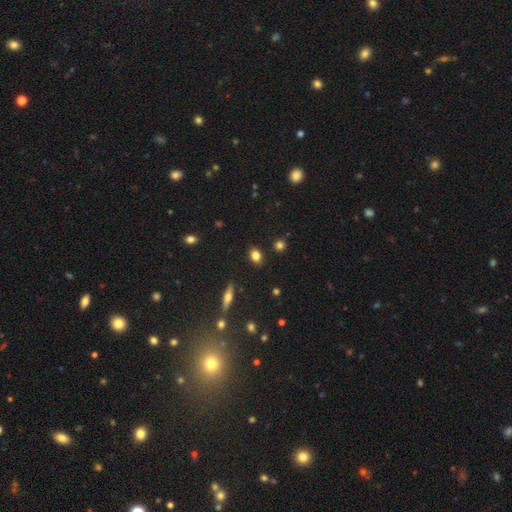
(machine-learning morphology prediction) This appears to be a smooth galaxy with no disk features (82%) that is in between round and cigar-shaped (51%). Merging: none (88%).